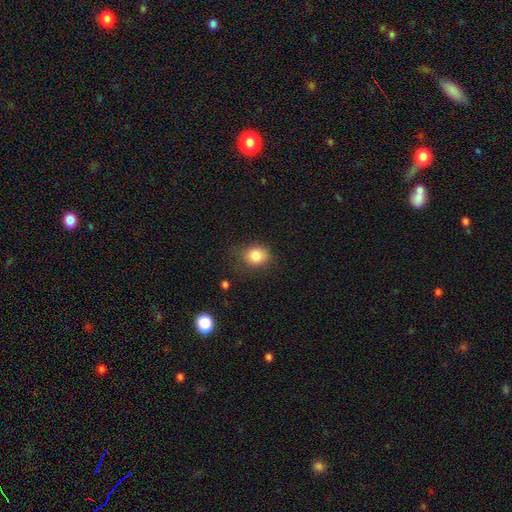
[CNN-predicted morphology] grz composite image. It shows a smooth galaxy with no disk features (82%) that is round (62%). Merging: none (64%).